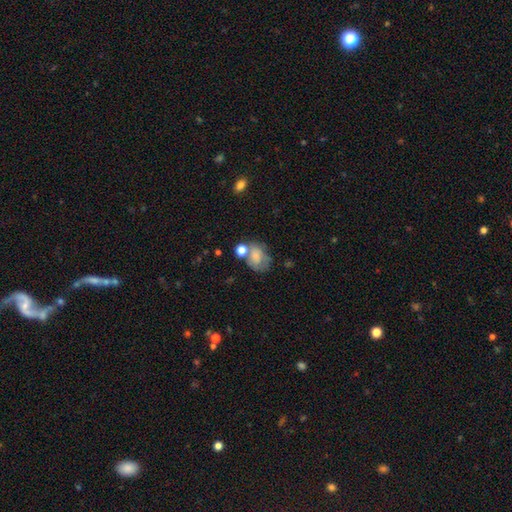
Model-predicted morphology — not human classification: Smooth or featured? smooth (70%)
How rounded? in between (65%)
Merging? none (37%)